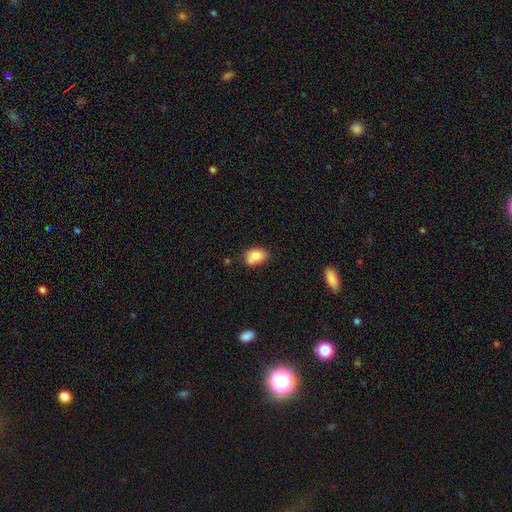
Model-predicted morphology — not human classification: type=smooth (80%); roundness=in between (76%); merging=none (55%).